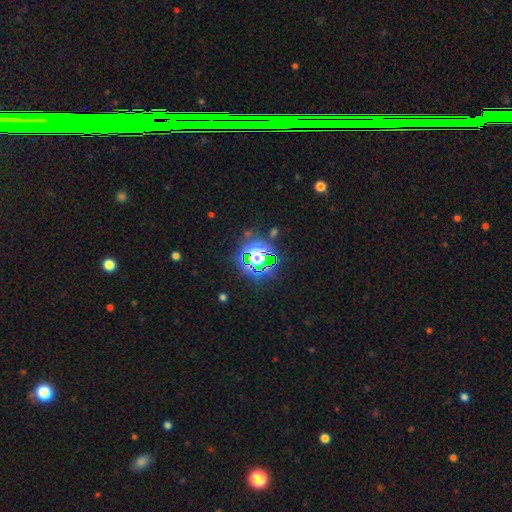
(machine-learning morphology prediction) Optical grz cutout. It shows a star or artifact, not a galaxy (65%).